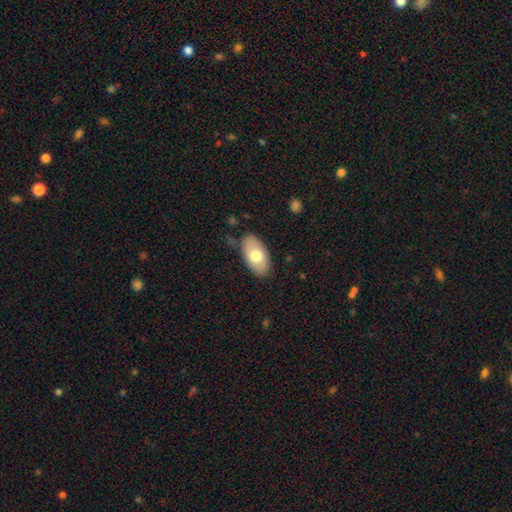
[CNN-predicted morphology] Q: Smooth or featured?
A: smooth (70%); runner-up: featured or disk (24%)
Q: How rounded?
A: in between (94%); runner-up: round (4%)
Q: Merging?
A: none (82%); runner-up: minor disturbance (14%)